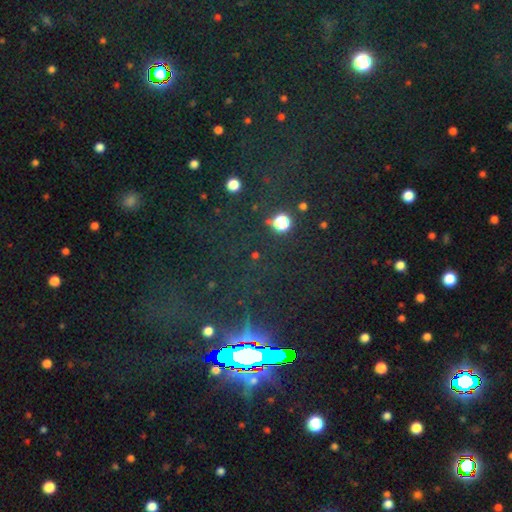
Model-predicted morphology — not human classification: This is likely a star or artifact rather than a galaxy (63%).